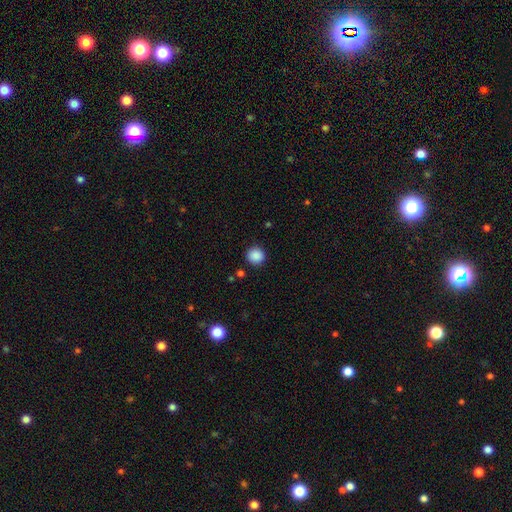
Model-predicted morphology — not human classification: smooth_or_featured: smooth (p=0.88) [alt: star or artifact p=0.09]
how_rounded: round (p=0.92) [alt: in between p=0.07]
merging: none (p=0.90) [alt: minor disturbance p=0.07]